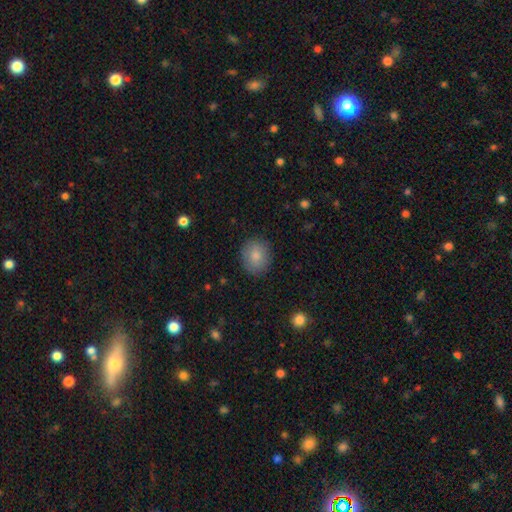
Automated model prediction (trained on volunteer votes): Q: Smooth or featured?
A: smooth (83%); runner-up: featured or disk (9%)
Q: How rounded?
A: round (68%); runner-up: in between (31%)
Q: Merging?
A: none (87%); runner-up: minor disturbance (10%)